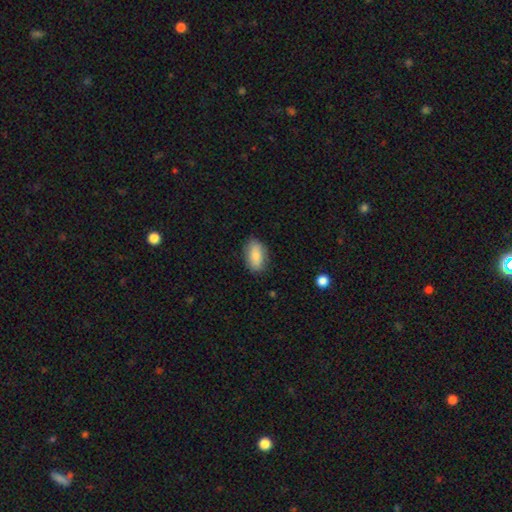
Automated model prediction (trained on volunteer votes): Smooth or featured?
  - smooth: 81% *
  - featured or disk: 12%
  - star or artifact: 7%
How rounded?
  - in between: 90% *
  - round: 6%
  - cigar-shaped: 4%
Merging?
  - none: 83% *
  - minor disturbance: 13%
  - major disturbance: 3%
  - merger: 1%